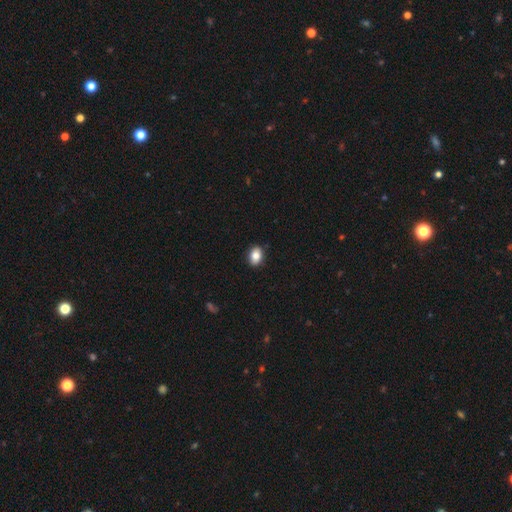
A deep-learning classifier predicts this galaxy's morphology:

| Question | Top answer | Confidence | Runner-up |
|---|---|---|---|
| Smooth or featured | smooth | 83% | featured or disk (9%) |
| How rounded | in between | 75% | round (23%) |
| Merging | none | 89% | minor disturbance (8%) |